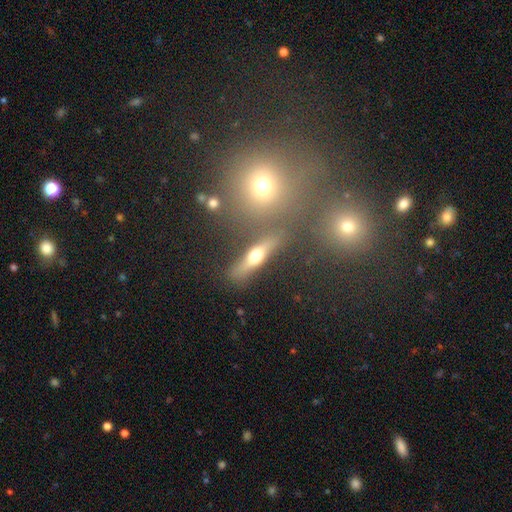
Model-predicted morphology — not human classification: Smooth or featured?
  - featured or disk: 46% *
  - smooth: 43%
  - star or artifact: 11%
Merging?
  - none: 77% *
  - minor disturbance: 11%
  - merger: 7%
  - major disturbance: 5%